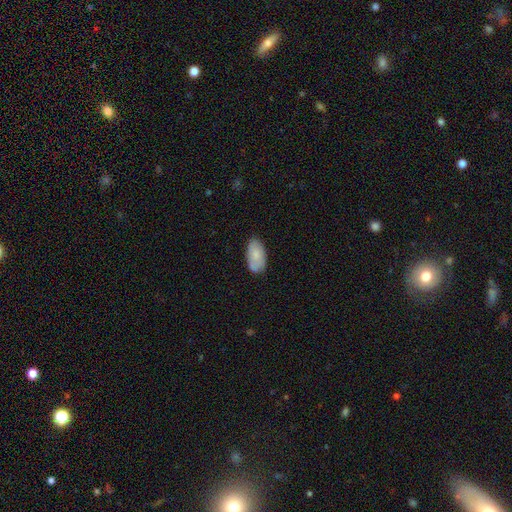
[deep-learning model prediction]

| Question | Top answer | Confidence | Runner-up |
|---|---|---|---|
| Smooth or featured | smooth | 77% | featured or disk (17%) |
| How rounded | in between | 95% | round (3%) |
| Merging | none | 75% | minor disturbance (19%) |